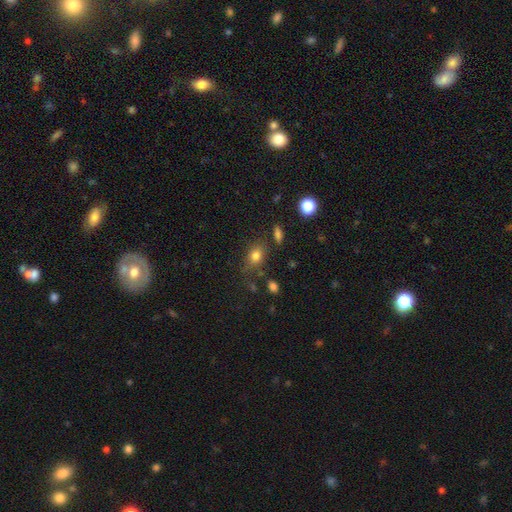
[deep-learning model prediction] Q: Smooth or featured?
A: smooth (78%); runner-up: star or artifact (13%)
Q: How rounded?
A: in between (64%); runner-up: round (34%)
Q: Merging?
A: none (72%); runner-up: minor disturbance (17%)